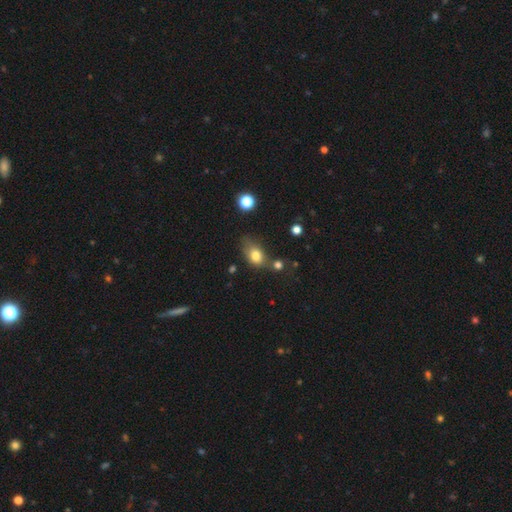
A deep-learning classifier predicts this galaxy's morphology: type=smooth (79%); roundness=in between (73%); merging=none (43%).